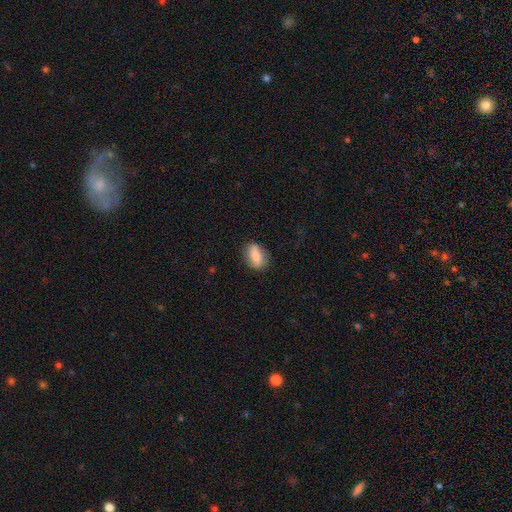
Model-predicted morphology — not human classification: Smooth or featured?
  - smooth: 78% *
  - featured or disk: 15%
  - star or artifact: 7%
How rounded?
  - in between: 83% *
  - round: 10%
  - cigar-shaped: 7%
Merging?
  - none: 81% *
  - minor disturbance: 14%
  - major disturbance: 3%
  - merger: 1%